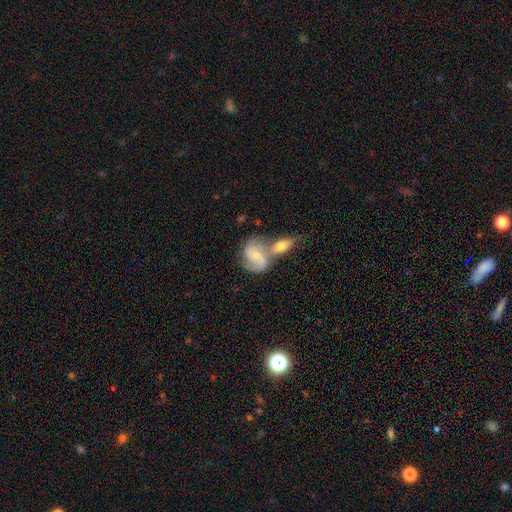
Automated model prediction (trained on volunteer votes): Smooth or featured? featured or disk (66%)
Edge-on disk? no (96%)
Bar? no (49%)
Spiral arms? yes (88%)
Spiral winding? medium (49%)
Spiral arm count? 2 (82%)
Bulge size? small (52%)
Merging? merger (57%)